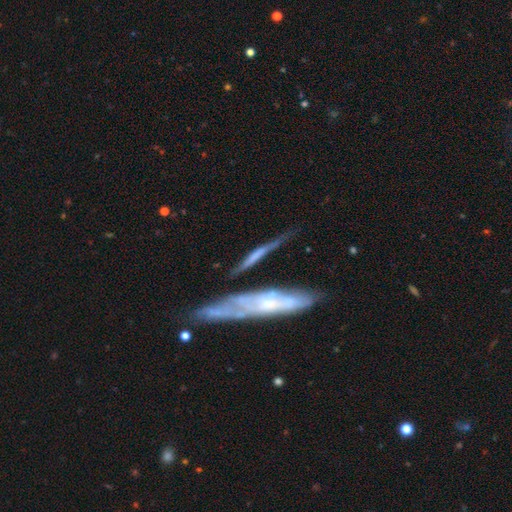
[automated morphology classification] smooth_or_featured: featured or disk (p=0.61) [alt: smooth p=0.31]
disk_edge_on: yes (p=0.81) [alt: no p=0.19]
merging: none (p=0.61) [alt: minor disturbance p=0.21]